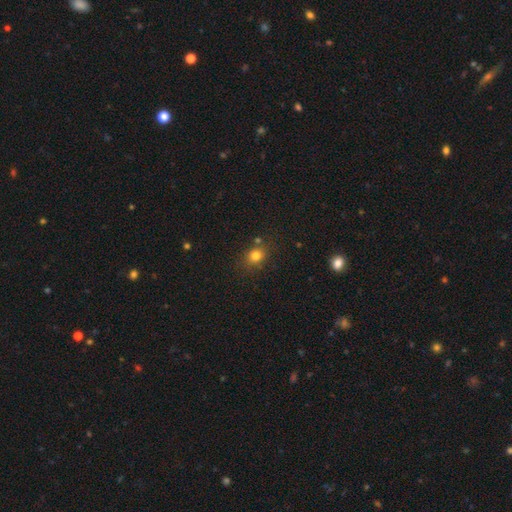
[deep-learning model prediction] This is likely a smooth galaxy (79%). How rounded: likely round (67%). Merging: likely none (75%).